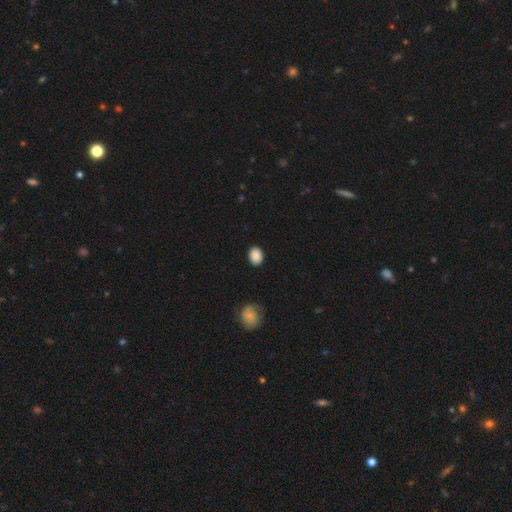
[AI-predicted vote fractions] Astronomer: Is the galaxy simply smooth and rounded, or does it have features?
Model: smooth — 89%.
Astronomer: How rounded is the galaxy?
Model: in between — 63%.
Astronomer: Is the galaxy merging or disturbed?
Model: none — 89%.